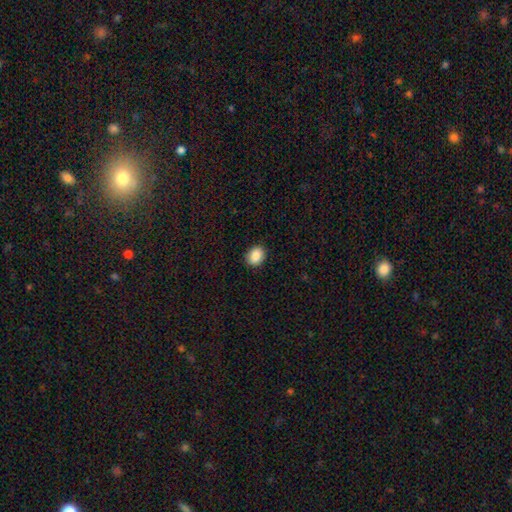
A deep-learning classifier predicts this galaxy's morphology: This appears to be a smooth galaxy with no disk features (89%) that is in between round and cigar-shaped (50%). Merging: none (89%).